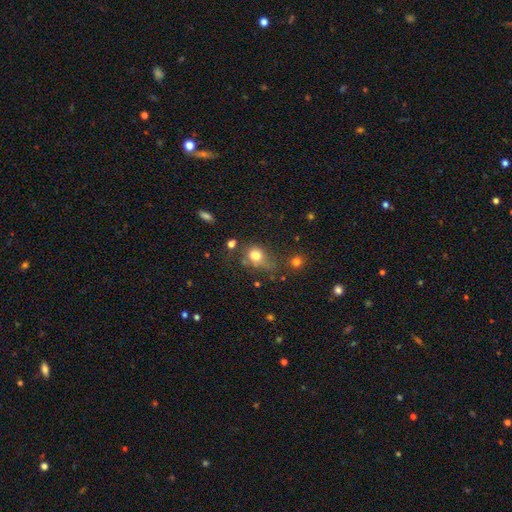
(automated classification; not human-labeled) A smooth galaxy with no disk features (77%) that is round (58%).

Vote fractions:
- Smooth or featured? smooth: 77% / star or artifact: 13% / featured or disk: 10%
- How rounded? round: 58% / in between: 41% / cigar-shaped: 1%
- Merging? none: 42% / minor disturbance: 28% / major disturbance: 18% / merger: 12%